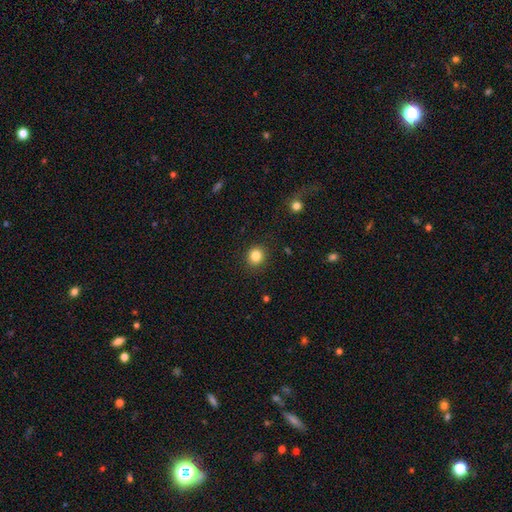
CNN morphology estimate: Q: Smooth or featured?
A: smooth (83%); runner-up: star or artifact (12%)
Q: How rounded?
A: round (87%); runner-up: in between (13%)
Q: Merging?
A: none (91%); runner-up: minor disturbance (6%)